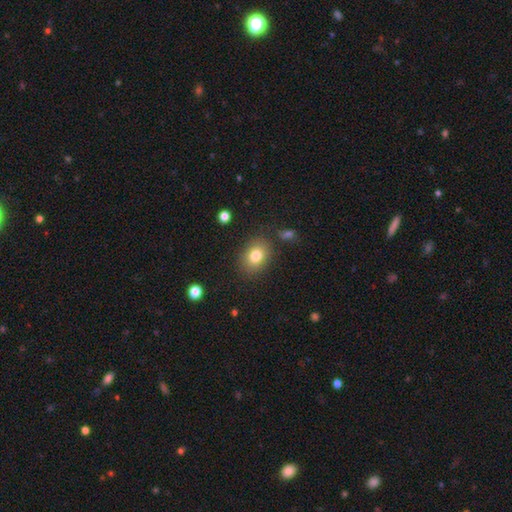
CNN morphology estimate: Smooth or featured?
  - smooth: 80% *
  - star or artifact: 10%
  - featured or disk: 9%
How rounded?
  - in between: 59% *
  - round: 40%
  - cigar-shaped: 1%
Merging?
  - none: 83% *
  - minor disturbance: 11%
  - major disturbance: 4%
  - merger: 3%